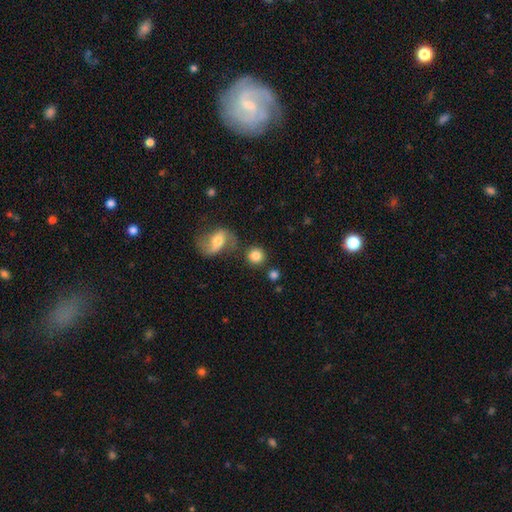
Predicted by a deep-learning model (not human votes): smooth 81%, featured or disk 11%, star or artifact 8%. Down the decision tree: how rounded — round (90%); merging — none (74%).